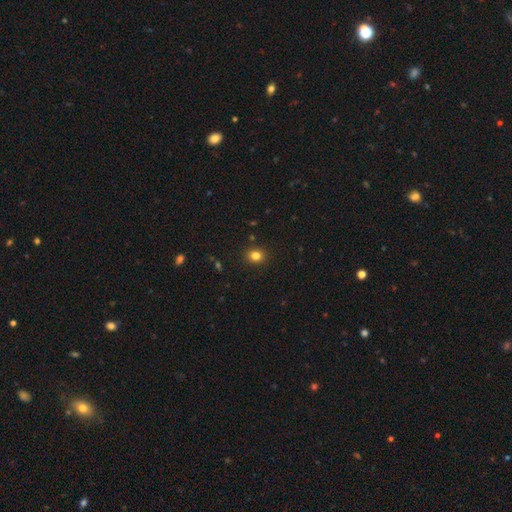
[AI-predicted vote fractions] Smooth or featured: smooth — 82% (star or artifact — 13%)
How rounded: round — 72% (in between — 28%)
Merging: none — 90% (minor disturbance — 6%)